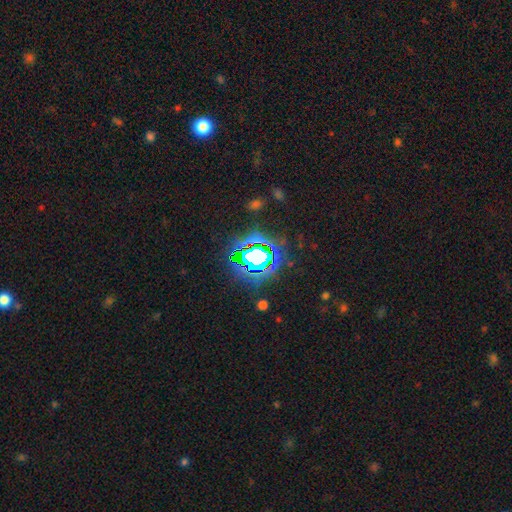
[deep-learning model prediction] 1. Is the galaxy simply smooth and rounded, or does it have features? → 71% star or artifact, 17% smooth, 13% featured or disk.